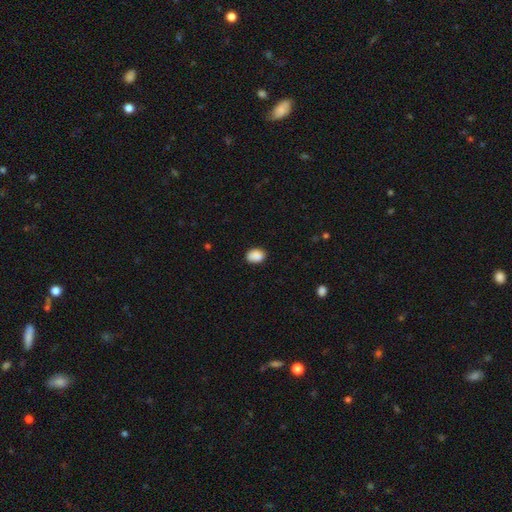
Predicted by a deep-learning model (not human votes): Smooth or featured?
  - smooth: 89% *
  - star or artifact: 8%
  - featured or disk: 3%
How rounded?
  - in between: 74% *
  - round: 25%
  - cigar-shaped: 1%
Merging?
  - none: 85% *
  - minor disturbance: 12%
  - major disturbance: 2%
  - merger: 1%